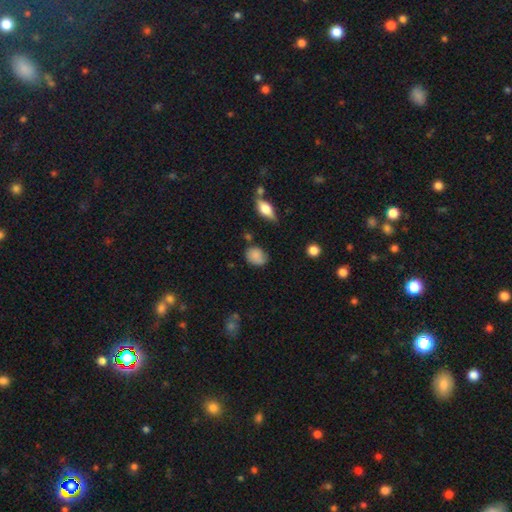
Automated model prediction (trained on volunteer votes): This is clearly a smooth galaxy (81%). How rounded: possibly in between (49%, tied with round). Merging: likely none (64%).